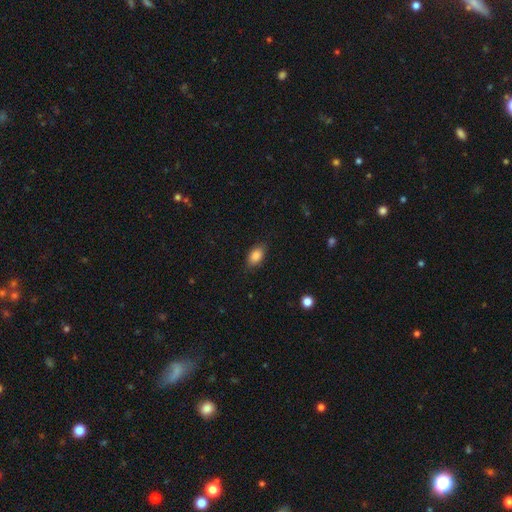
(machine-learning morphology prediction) A smooth galaxy with no disk features (86%) that is in between round and cigar-shaped (89%). Merging: none (82%).